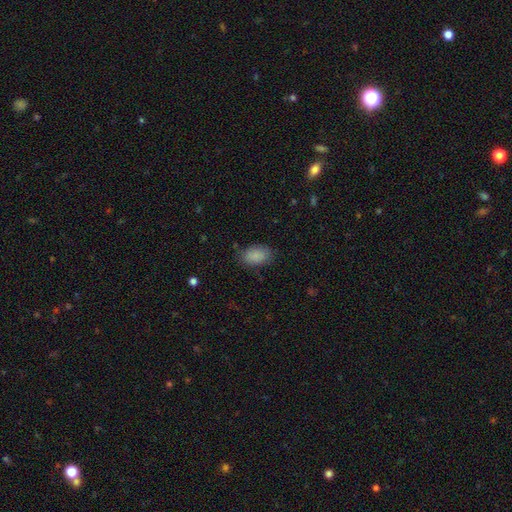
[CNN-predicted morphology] smooth_or_featured: smooth (p=0.88) [alt: star or artifact p=0.07]
how_rounded: in between (p=0.92) [alt: round p=0.07]
merging: none (p=0.79) [alt: minor disturbance p=0.16]